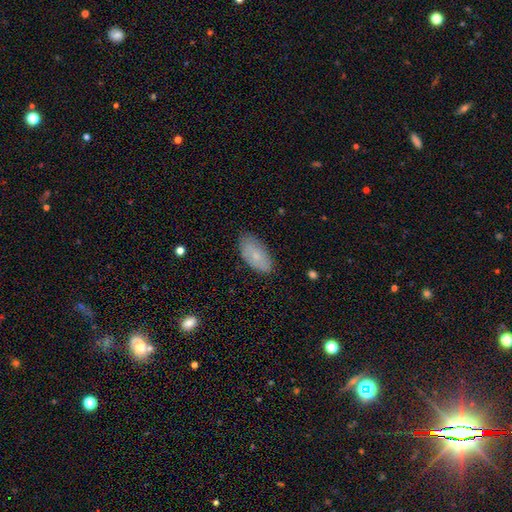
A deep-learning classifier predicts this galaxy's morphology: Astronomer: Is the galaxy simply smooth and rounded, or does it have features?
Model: smooth — 70%.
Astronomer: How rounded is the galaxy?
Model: in between — 93%.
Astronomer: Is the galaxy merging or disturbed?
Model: none — 78%.